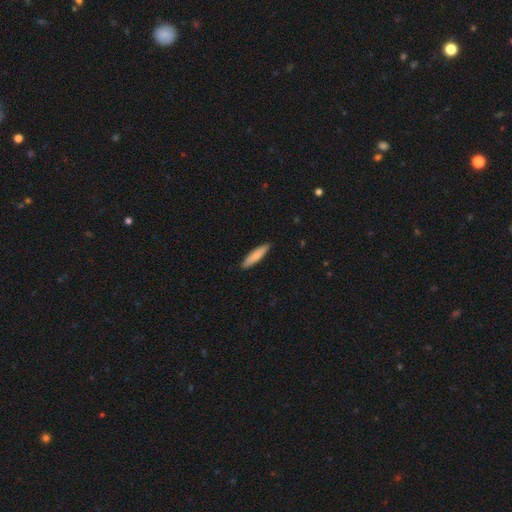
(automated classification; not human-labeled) smooth-or-featured: smooth: 82% | featured or disk: 13% | star or artifact: 5%
  how-rounded: cigar-shaped: 82% | in between: 16% | round: 1%
  merging: none: 90% | minor disturbance: 8% | major disturbance: 1% | merger: 1%